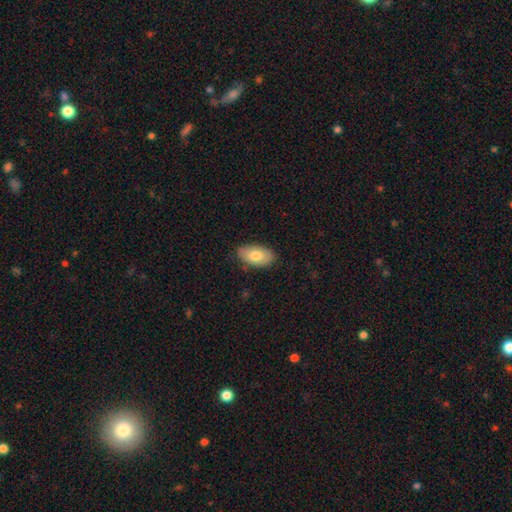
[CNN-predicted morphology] Q: Smooth or featured?
A: smooth (75%); runner-up: featured or disk (19%)
Q: How rounded?
A: in between (94%); runner-up: round (4%)
Q: Merging?
A: none (83%); runner-up: minor disturbance (13%)